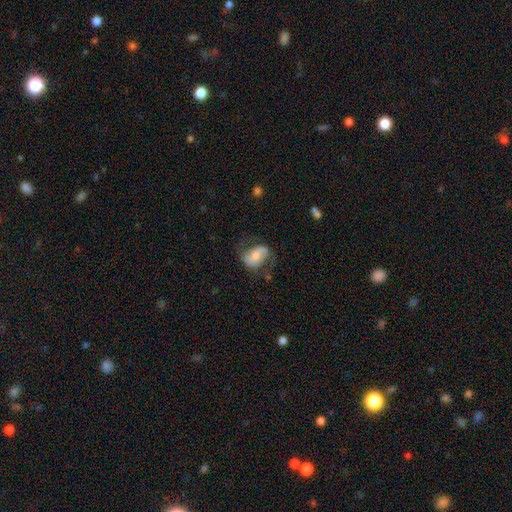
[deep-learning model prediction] This appears to be a featured or disk galaxy (52%) with no bar (48%), spiral arms (81%) and a moderate central bulge (51%). Merging: none (58%).